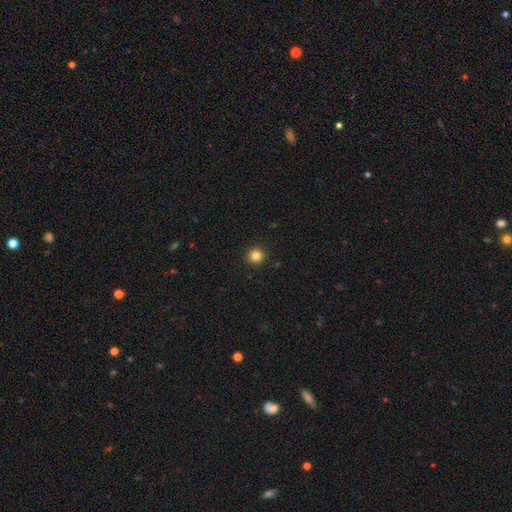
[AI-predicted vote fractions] Smooth or featured? Predicted: smooth (p=0.84). How rounded? Predicted: round (p=0.93). Merging? Predicted: none (p=0.92).